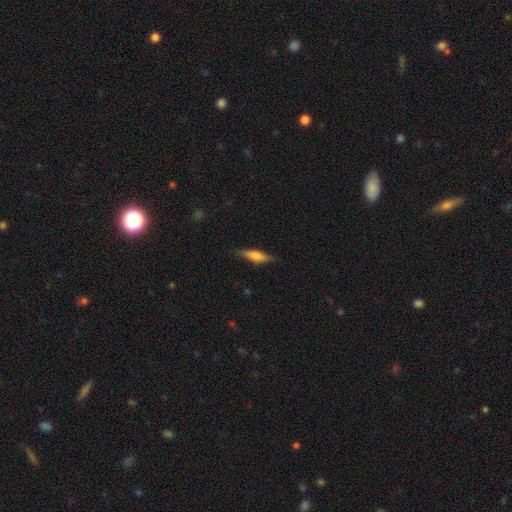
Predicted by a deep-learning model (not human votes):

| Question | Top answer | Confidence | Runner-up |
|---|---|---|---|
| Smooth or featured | smooth | 59% | featured or disk (34%) |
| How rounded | cigar-shaped | 64% | in between (34%) |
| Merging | none | 82% | minor disturbance (14%) |